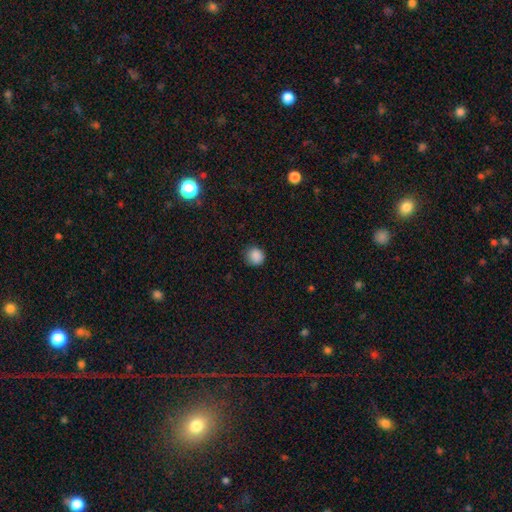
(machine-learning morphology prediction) Smooth or featured: smooth — 87% (star or artifact — 10%)
How rounded: round — 89% (in between — 10%)
Merging: none — 81% (minor disturbance — 14%)